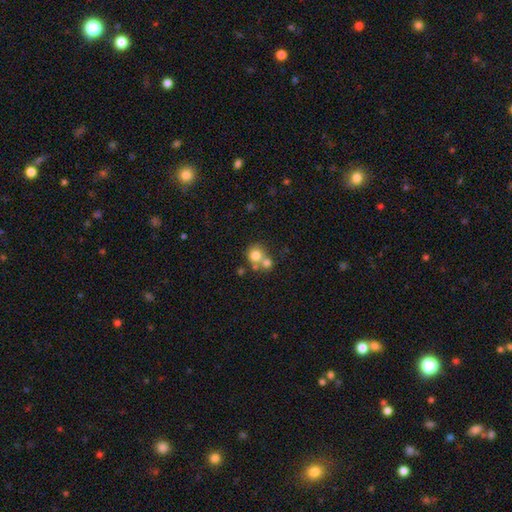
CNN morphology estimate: The model was most divided on "merging": merger: 49%, none: 40%, minor disturbance: 7%, major disturbance: 3%. More confident: how rounded — round (84%); smooth or featured — smooth (74%).